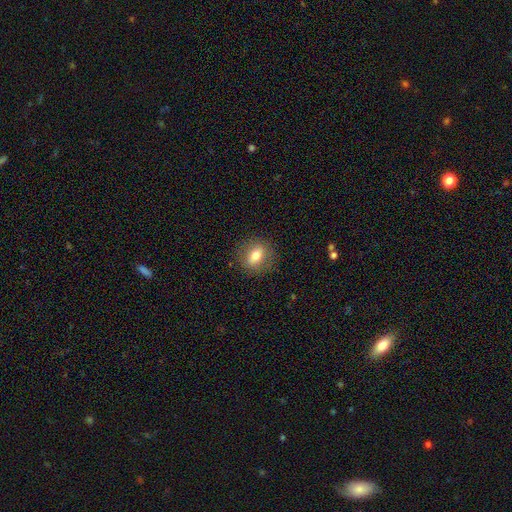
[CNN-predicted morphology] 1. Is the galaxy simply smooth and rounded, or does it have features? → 68% smooth, 23% featured or disk, 9% star or artifact.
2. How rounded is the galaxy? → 53% round, 44% in between, 3% cigar-shaped.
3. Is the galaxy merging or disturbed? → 86% none, 9% minor disturbance, 3% major disturbance, 1% merger.